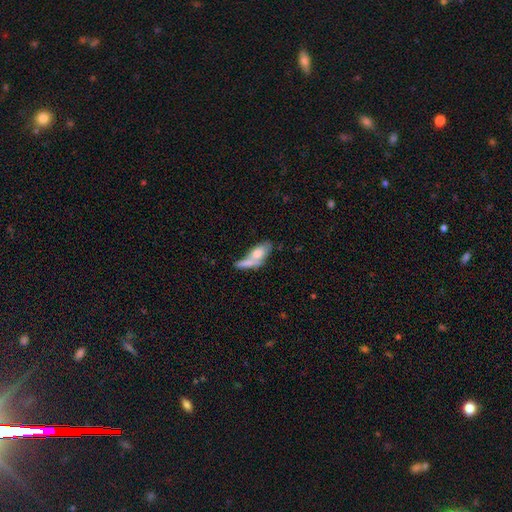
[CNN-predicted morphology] Smooth or featured: smooth — 66% (featured or disk — 27%)
How rounded: in between — 76% (cigar-shaped — 19%)
Merging: merger — 50% (none — 26%)